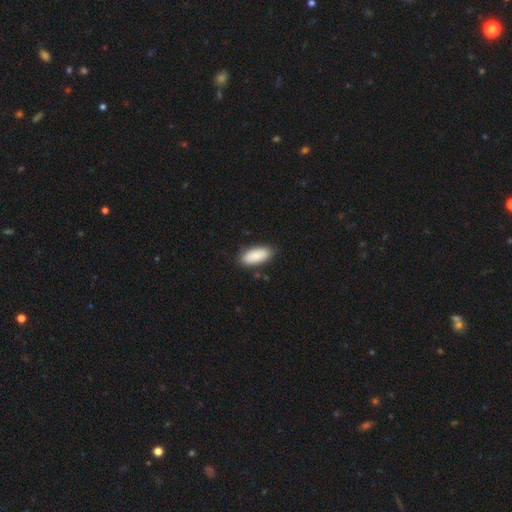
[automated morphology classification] A smooth galaxy with no disk features (89%) that is in between round and cigar-shaped (85%).

Vote fractions:
- Smooth or featured? smooth: 89% / star or artifact: 6% / featured or disk: 5%
- How rounded? in between: 85% / cigar-shaped: 13% / round: 2%
- Merging? none: 85% / minor disturbance: 12% / major disturbance: 2% / merger: 1%